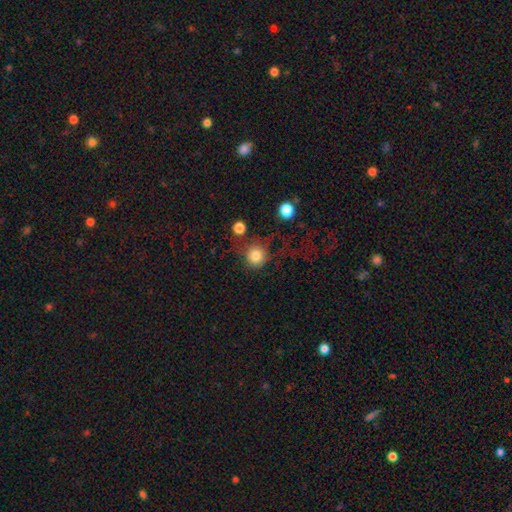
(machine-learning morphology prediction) Q: Smooth or featured?
A: smooth (81%); runner-up: star or artifact (11%)
Q: How rounded?
A: round (92%); runner-up: in between (7%)
Q: Merging?
A: none (64%); runner-up: minor disturbance (15%)